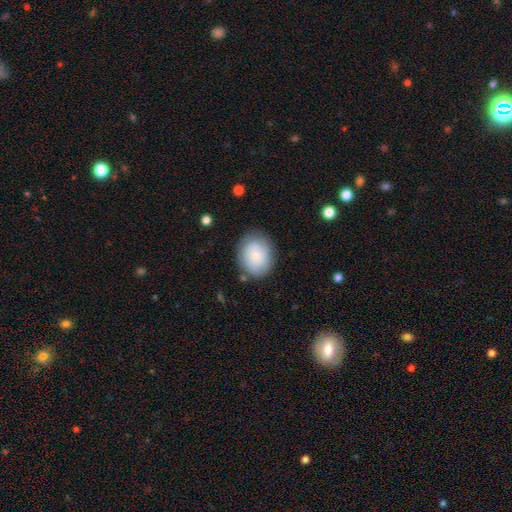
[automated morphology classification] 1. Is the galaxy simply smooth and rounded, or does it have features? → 80% smooth, 13% featured or disk, 7% star or artifact.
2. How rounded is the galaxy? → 54% in between, 45% round, 1% cigar-shaped.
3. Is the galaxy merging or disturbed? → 78% none, 16% minor disturbance, 5% major disturbance, 2% merger.